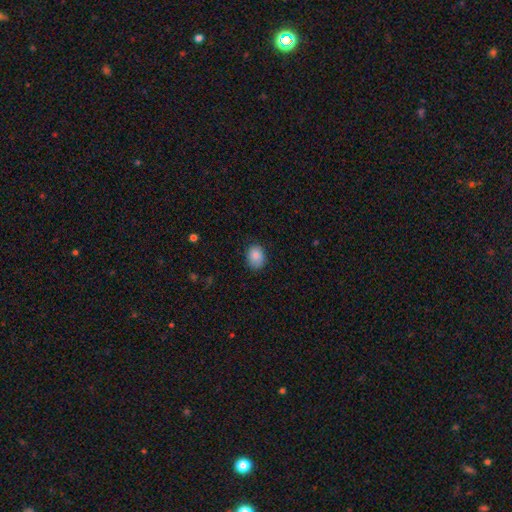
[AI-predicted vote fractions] Morphology: type=smooth (86%); roundness=in between (55%); merging=none (80%).